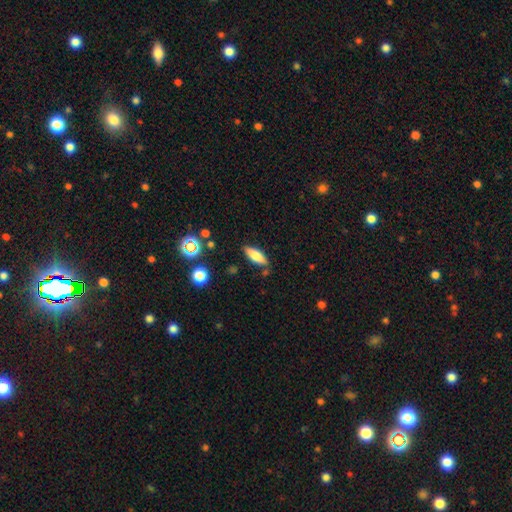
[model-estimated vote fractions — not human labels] Q: Smooth or featured?
A: smooth (70%); runner-up: featured or disk (21%)
Q: How rounded?
A: in between (64%); runner-up: cigar-shaped (33%)
Q: Merging?
A: none (81%); runner-up: minor disturbance (13%)